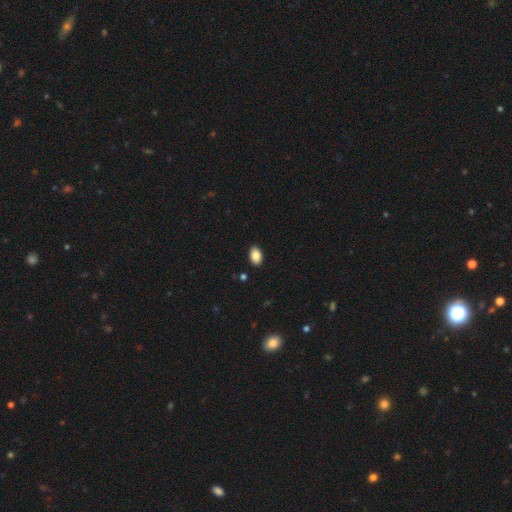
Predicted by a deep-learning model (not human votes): Smooth or featured? smooth (88%)
How rounded? in between (89%)
Merging? none (89%)